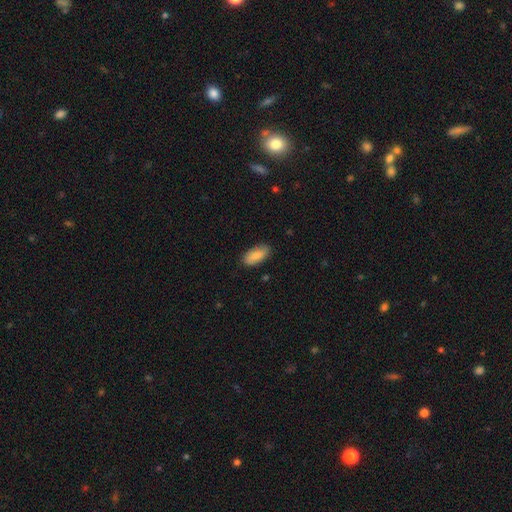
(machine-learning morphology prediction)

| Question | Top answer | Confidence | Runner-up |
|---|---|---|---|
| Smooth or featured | smooth | 86% | featured or disk (8%) |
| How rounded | in between | 87% | cigar-shaped (11%) |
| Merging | none | 83% | minor disturbance (13%) |